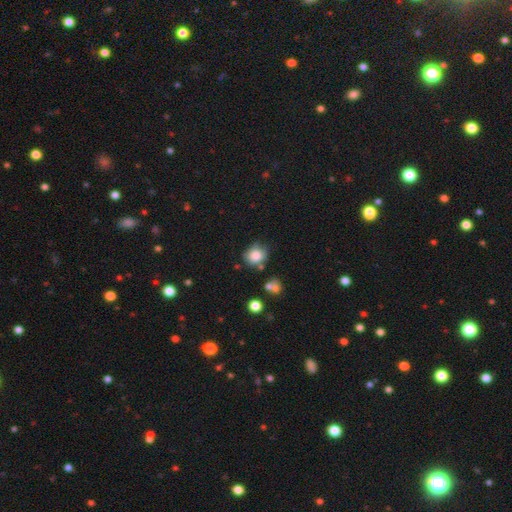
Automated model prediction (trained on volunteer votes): smooth-or-featured: smooth: 81% | star or artifact: 10% | featured or disk: 9%
  how-rounded: round: 72% | in between: 27% | cigar-shaped: 1%
  merging: none: 61% | minor disturbance: 23% | merger: 9% | major disturbance: 7%